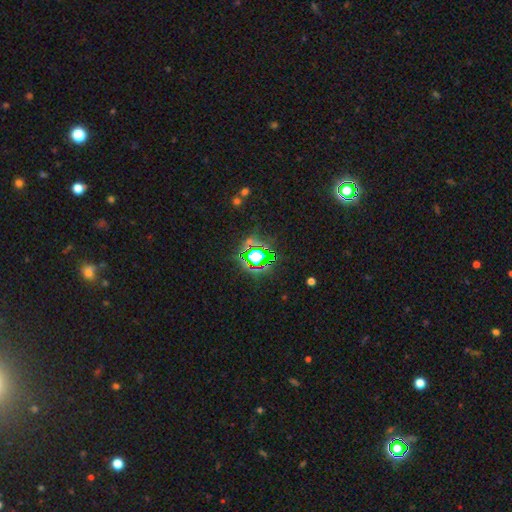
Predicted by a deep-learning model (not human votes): smooth_or_featured: star or artifact (p=0.71) [alt: smooth p=0.19]